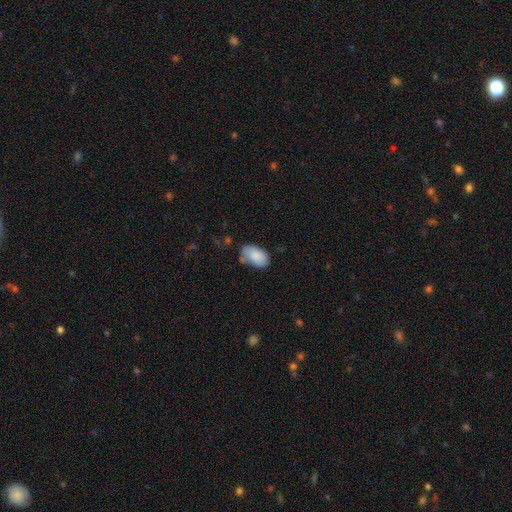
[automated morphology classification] smooth 85%, featured or disk 8%, star or artifact 7%. Down the decision tree: how rounded — in between (93%); merging — none (60%).